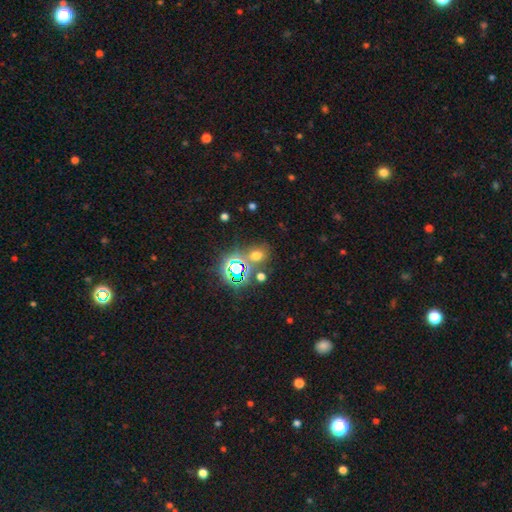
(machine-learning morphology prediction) Q: Smooth or featured?
A: smooth (50%); runner-up: star or artifact (42%)
Q: Merging?
A: none (68%); runner-up: merger (14%)